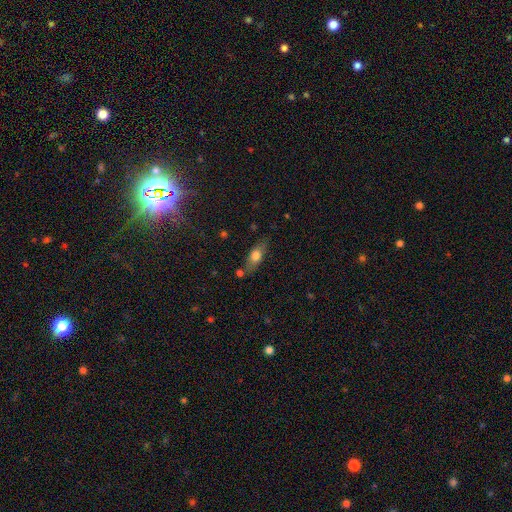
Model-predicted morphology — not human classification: type=smooth (65%); roundness=in between (67%); merging=none (68%).